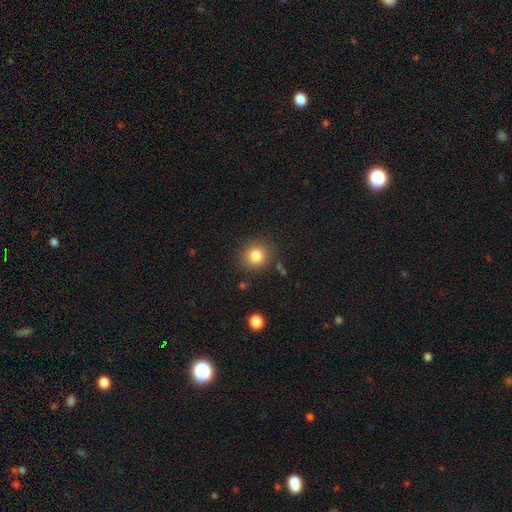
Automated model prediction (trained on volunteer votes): Overall: smooth (83%). How rounded: round (87%). Merging: none (87%).